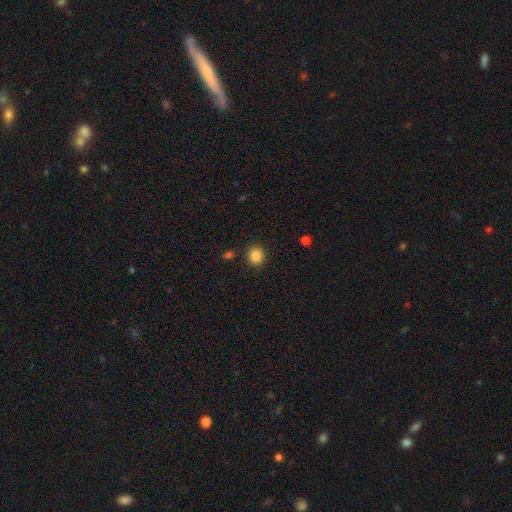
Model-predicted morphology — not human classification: Smooth or featured? Predicted: smooth (p=0.84). How rounded? Predicted: round (p=0.86). Merging? Predicted: none (p=0.88).